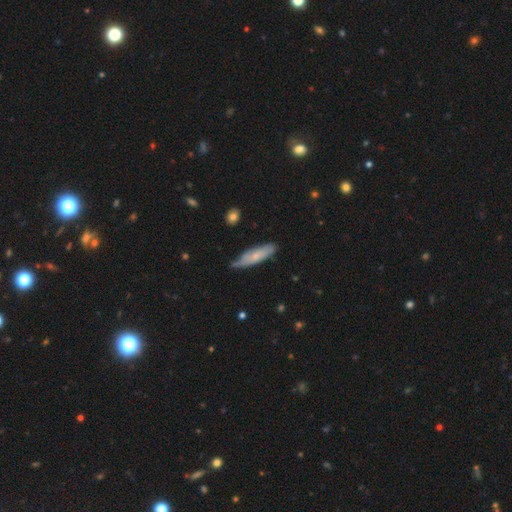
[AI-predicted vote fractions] The model was most divided on "smooth or featured": smooth: 53%, featured or disk: 41%, star or artifact: 6%. More confident: merging — none (64%); how rounded — cigar-shaped (62%).